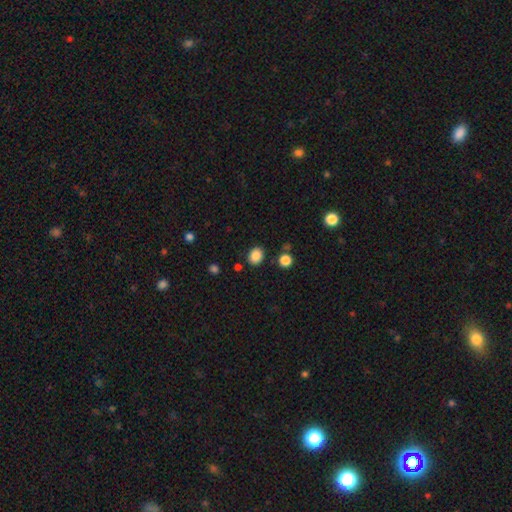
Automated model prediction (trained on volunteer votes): This appears to be a smooth galaxy with no disk features (86%) that is round (53%). Merging: none (85%).